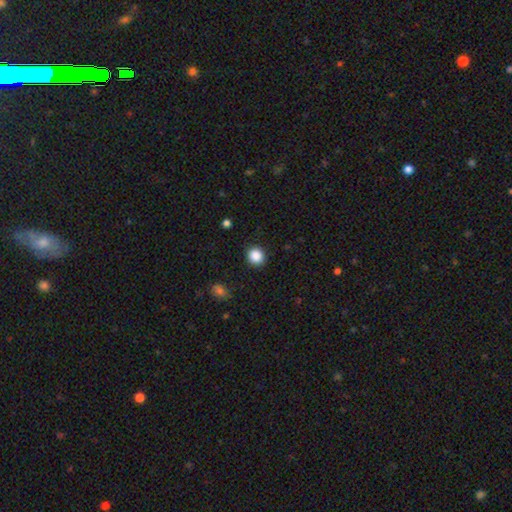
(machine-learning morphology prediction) Smooth or featured? Predicted: smooth (p=0.88). How rounded? Predicted: round (p=0.88). Merging? Predicted: none (p=0.91).